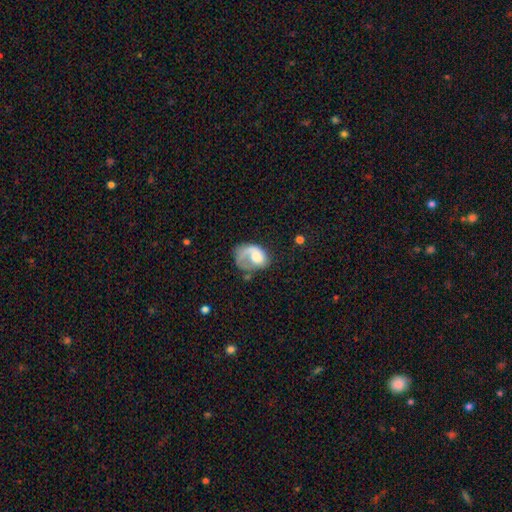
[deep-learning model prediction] Q: Smooth or featured?
A: featured or disk (53%); runner-up: smooth (40%)
Q: Edge-on disk?
A: no (98%); runner-up: yes (2%)
Q: Bar?
A: no (80%); runner-up: weak (17%)
Q: Spiral arms?
A: yes (73%); runner-up: no (27%)
Q: Bulge size?
A: large (33%); runner-up: moderate (27%)
Q: Merging?
A: major disturbance (46%); runner-up: none (29%)